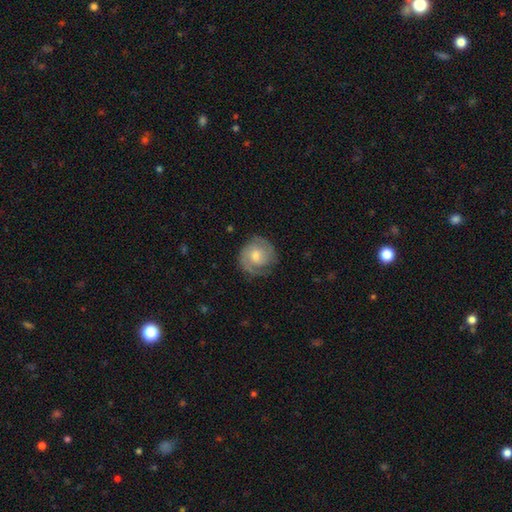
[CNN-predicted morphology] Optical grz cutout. It shows a featured or disk galaxy (70%) with no bar (56%), 2 (65%) tight (53%) spiral arms (92%) and a moderate central bulge (60%). Merging: none (76%).